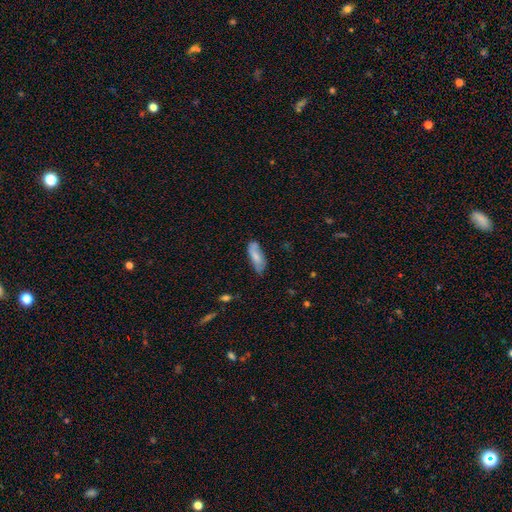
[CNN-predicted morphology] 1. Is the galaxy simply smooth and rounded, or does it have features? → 68% smooth, 26% featured or disk, 6% star or artifact.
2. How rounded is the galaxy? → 69% in between, 29% cigar-shaped, 2% round.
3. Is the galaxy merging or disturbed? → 68% none, 25% minor disturbance, 5% major disturbance, 2% merger.